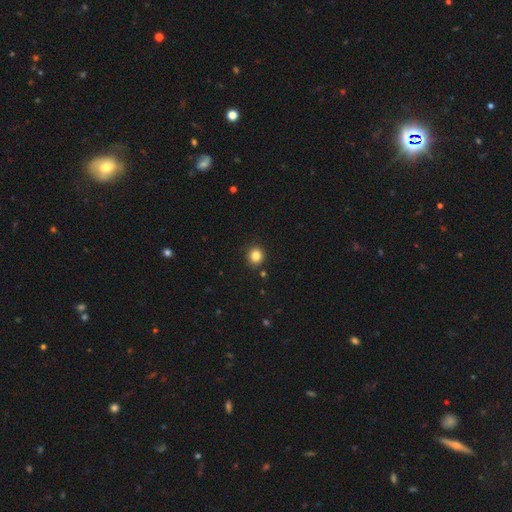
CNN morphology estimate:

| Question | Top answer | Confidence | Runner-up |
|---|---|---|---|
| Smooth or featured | smooth | 84% | star or artifact (12%) |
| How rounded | round | 90% | in between (9%) |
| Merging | none | 90% | minor disturbance (6%) |